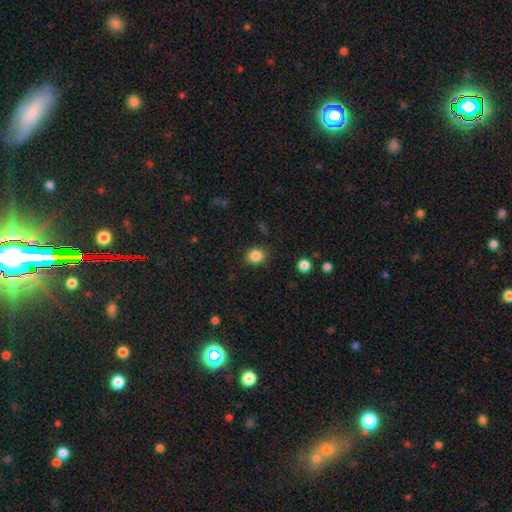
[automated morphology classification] smooth-or-featured: smooth: 86% | star or artifact: 11% | featured or disk: 4%
  how-rounded: round: 77% | in between: 22% | cigar-shaped: 1%
  merging: none: 87% | minor disturbance: 9% | major disturbance: 3% | merger: 1%